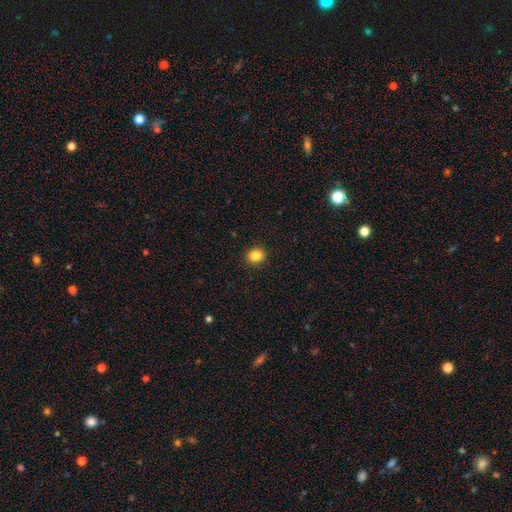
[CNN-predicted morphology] type=smooth (85%); roundness=round (75%); merging=none (92%).